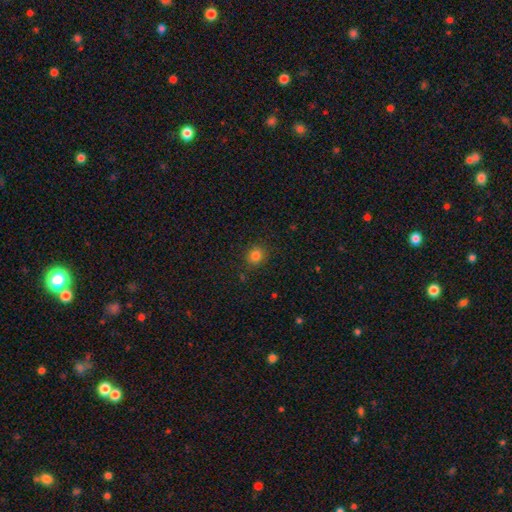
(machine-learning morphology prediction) This appears to be a smooth galaxy with no disk features (82%) that is round (82%). Merging: none (88%).